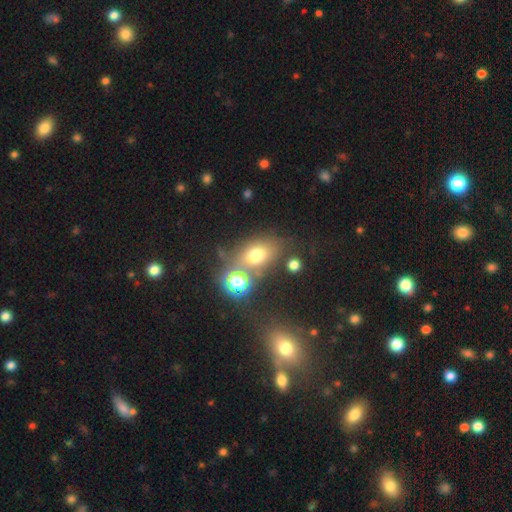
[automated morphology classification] type=smooth (65%); roundness=in between (68%); merging=none (60%).